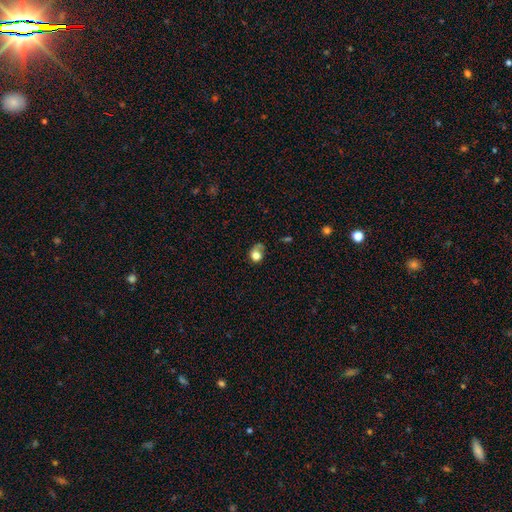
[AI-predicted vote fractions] This appears to be a smooth galaxy with no disk features (75%) that is round (62%). Merging: none (39%).